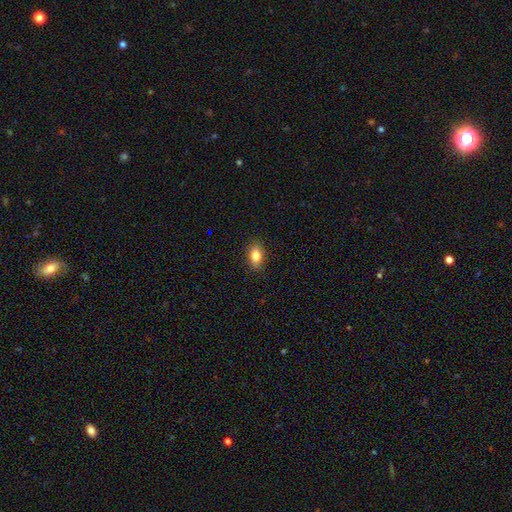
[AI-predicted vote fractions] This is clearly a smooth galaxy (85%). How rounded: clearly in between (86%). Merging: clearly none (88%).